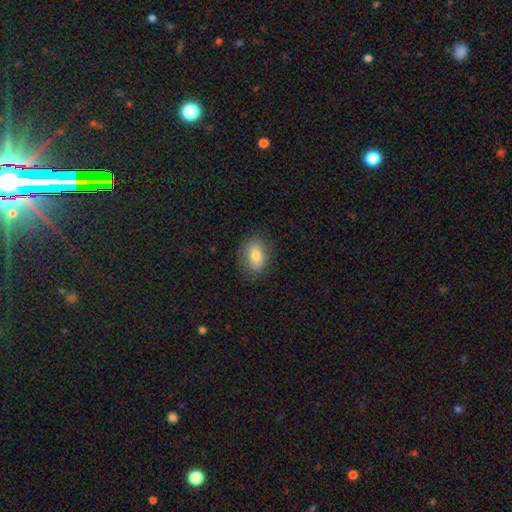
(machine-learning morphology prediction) A smooth galaxy with no disk features (72%) that is in between round and cigar-shaped (79%).

Vote fractions:
- Smooth or featured? smooth: 72% / featured or disk: 20% / star or artifact: 8%
- How rounded? in between: 79% / round: 18% / cigar-shaped: 3%
- Merging? none: 83% / minor disturbance: 13% / major disturbance: 4% / merger: 1%